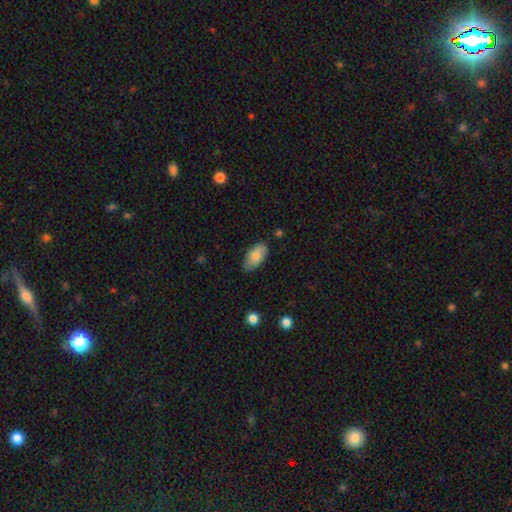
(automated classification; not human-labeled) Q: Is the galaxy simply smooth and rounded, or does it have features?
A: smooth — 80%.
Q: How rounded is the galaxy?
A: in between — 94%.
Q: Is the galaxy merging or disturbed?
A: none — 78%.